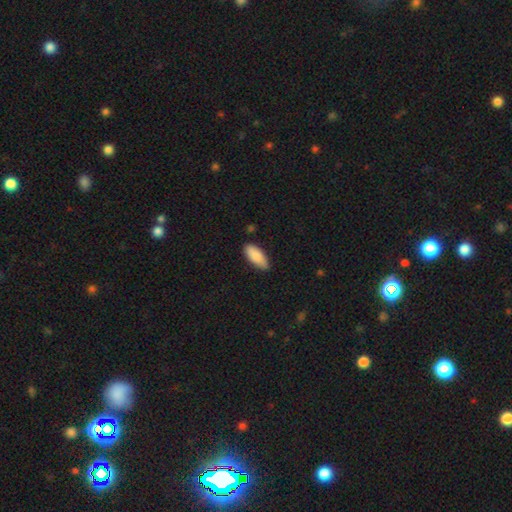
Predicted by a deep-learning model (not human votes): The model was most divided on "merging": none: 80%, minor disturbance: 17%, major disturbance: 2%, merger: 1%. More confident: smooth or featured — smooth (86%); how rounded — in between (84%).